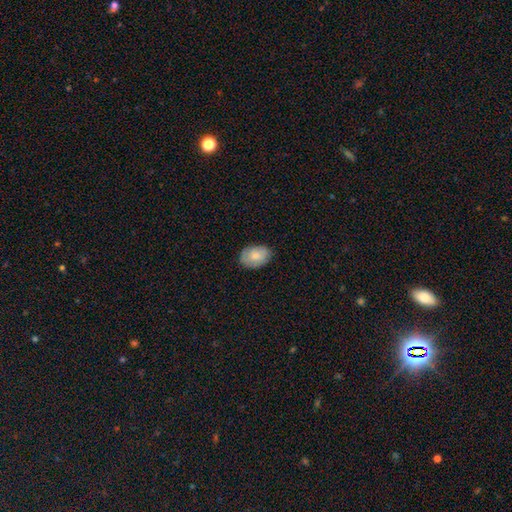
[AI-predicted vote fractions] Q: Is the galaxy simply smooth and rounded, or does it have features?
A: smooth — 75%.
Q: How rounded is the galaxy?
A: in between — 83%.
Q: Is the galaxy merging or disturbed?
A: none — 79%.